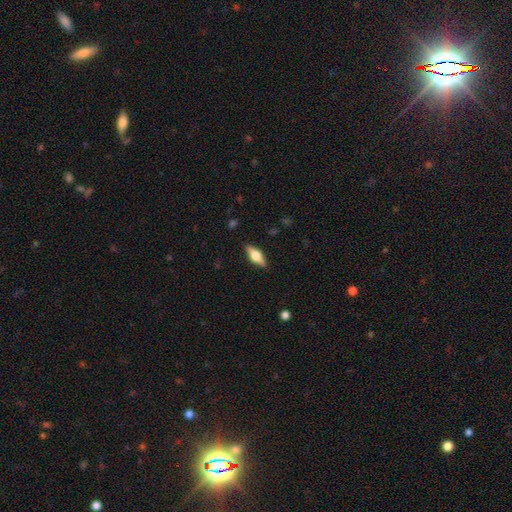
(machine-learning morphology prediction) Q: Smooth or featured?
A: featured or disk (58%); runner-up: smooth (36%)
Q: Edge-on disk?
A: yes (95%); runner-up: no (5%)
Q: Edge-on bulge?
A: rounded (91%); runner-up: boxy (7%)
Q: Merging?
A: none (88%); runner-up: minor disturbance (9%)